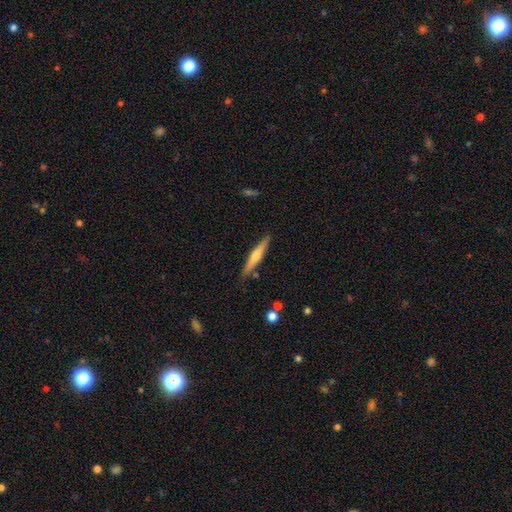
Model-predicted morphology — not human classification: The model was most divided on "smooth or featured": featured or disk: 56%, smooth: 38%, star or artifact: 6%. More confident: edge-on disk — yes (96%); merging — none (88%); edge-on bulge — rounded (81%).